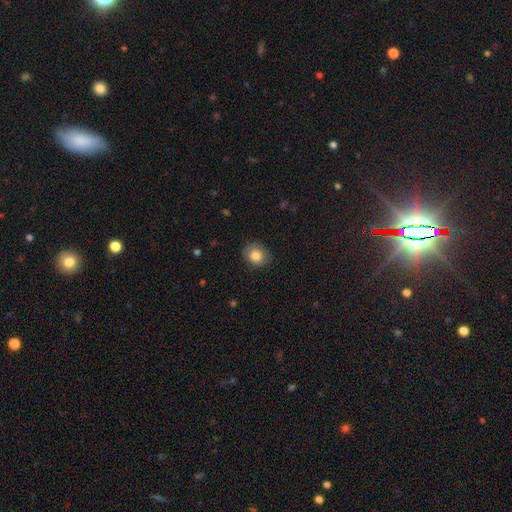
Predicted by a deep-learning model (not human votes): This appears to be a smooth galaxy with no disk features (83%) that is round (61%). Merging: none (83%).